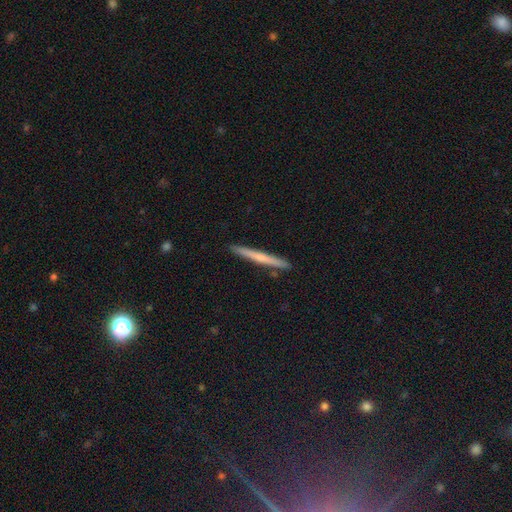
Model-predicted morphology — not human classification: Smooth or featured: smooth — 47% (tied with featured or disk — 47%)
Merging: none — 92% (minor disturbance — 6%)